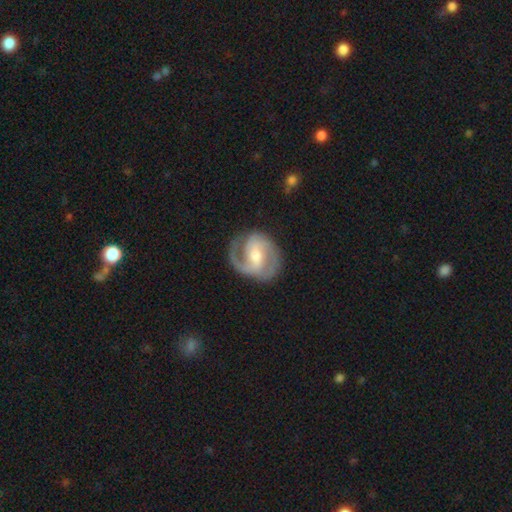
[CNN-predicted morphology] smooth-or-featured: featured or disk: 85% | smooth: 10% | star or artifact: 4%
  disk-edge-on: no: 98% | yes: 2%
    bar: weak: 49% | strong: 28% | no: 23%
    has-spiral-arms: yes: 95% | no: 5%
      spiral-winding: medium: 51% | tight: 33% | loose: 16%
      spiral-arm-count: 2: 79% | 1: 8% | can't tell: 5% | 3: 5% | 4: 1% | more than 4: 1%
    bulge-size: moderate: 62% | small: 28% | large: 6% | none: 2% | dominant: 1%
  merging: none: 75% | minor disturbance: 16% | major disturbance: 8% | merger: 1%